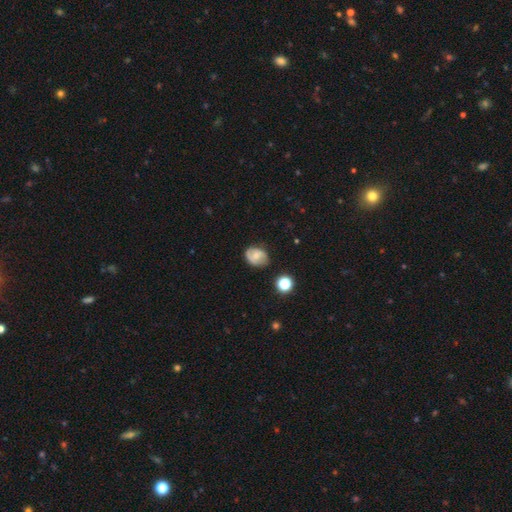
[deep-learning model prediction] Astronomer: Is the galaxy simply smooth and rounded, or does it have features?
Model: smooth — 48% (runner-up: featured or disk, 42%).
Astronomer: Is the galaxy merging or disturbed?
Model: none — 73%.